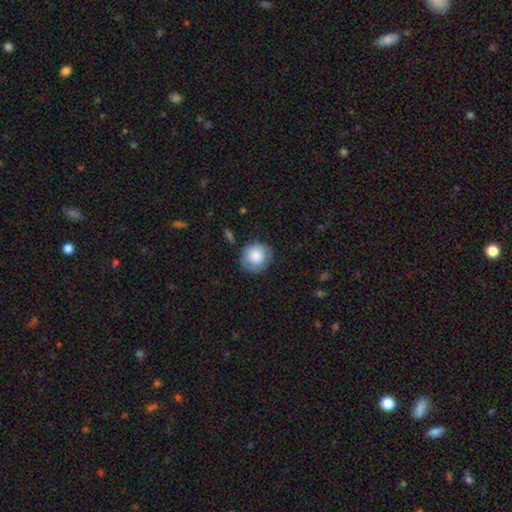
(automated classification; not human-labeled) Overall: smooth (79%). How rounded: round (87%). Merging: none (74%).